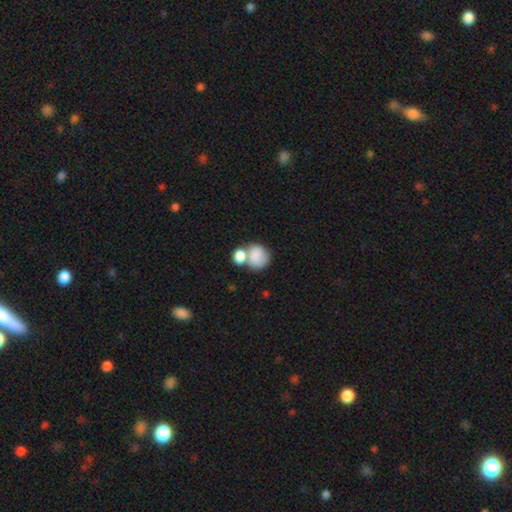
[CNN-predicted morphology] Smooth or featured: smooth — 79% (featured or disk — 13%)
How rounded: round — 65% (in between — 34%)
Merging: merger — 52% (none — 29%)